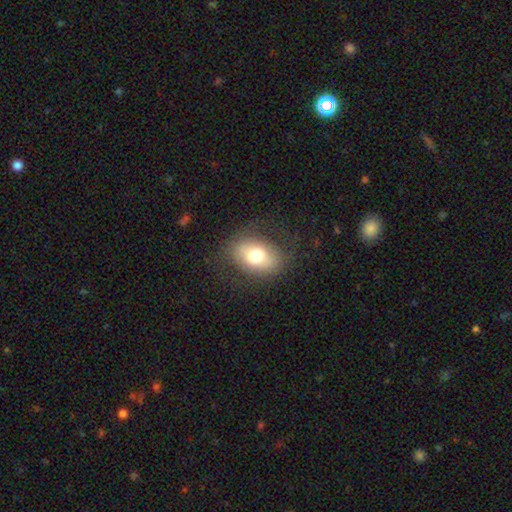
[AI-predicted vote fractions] This appears to be a smooth galaxy with no disk features (71%) that is in between round and cigar-shaped (74%). Merging: none (76%).